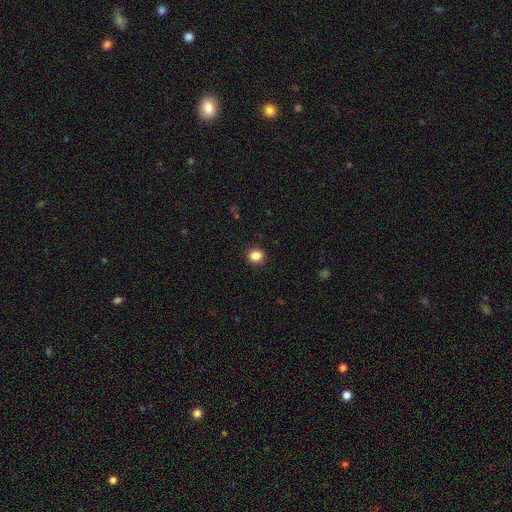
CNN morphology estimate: Smooth or featured?
  - smooth: 85% *
  - star or artifact: 11%
  - featured or disk: 4%
How rounded?
  - round: 83% *
  - in between: 16%
  - cigar-shaped: 1%
Merging?
  - none: 91% *
  - minor disturbance: 6%
  - major disturbance: 2%
  - merger: 1%